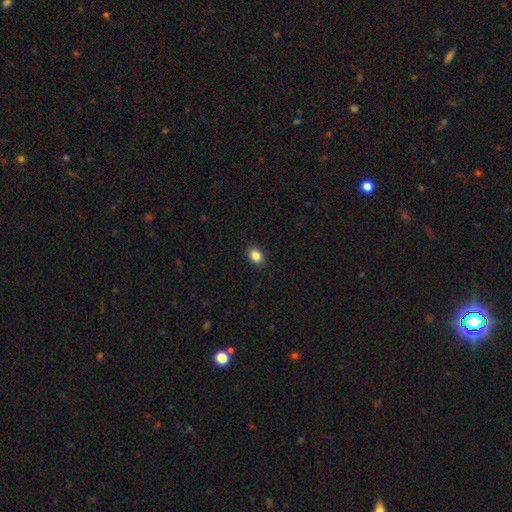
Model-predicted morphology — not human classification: The model was most divided on "how rounded": in between: 61%, round: 38%, cigar-shaped: 1%. More confident: merging — none (91%); smooth or featured — smooth (86%).